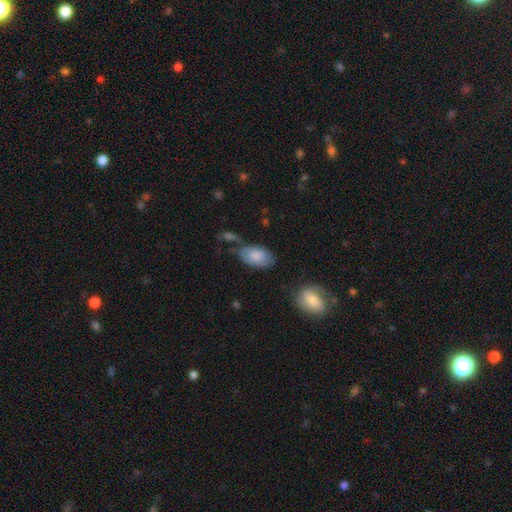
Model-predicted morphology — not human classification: Smooth or featured? smooth (80%)
How rounded? in between (93%)
Merging? none (59%)